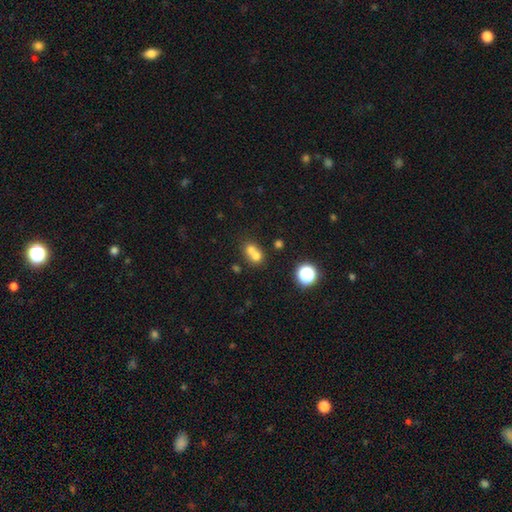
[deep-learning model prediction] A smooth galaxy with no disk features (66%) that is round (74%). Merging: merger (64%).